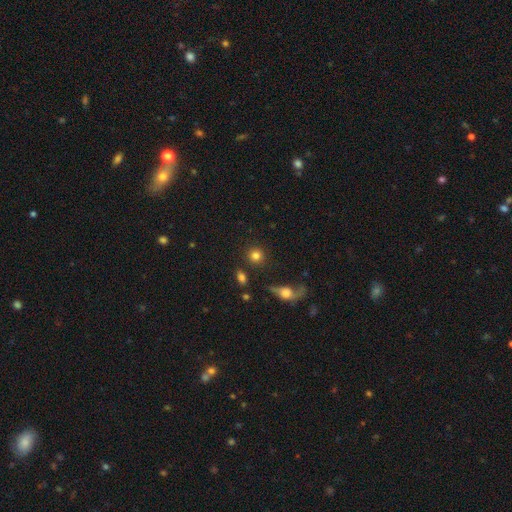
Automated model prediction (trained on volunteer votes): smooth_or_featured: smooth (p=0.81) [alt: star or artifact p=0.11]
how_rounded: round (p=0.88) [alt: in between p=0.10]
merging: none (p=0.83) [alt: minor disturbance p=0.08]